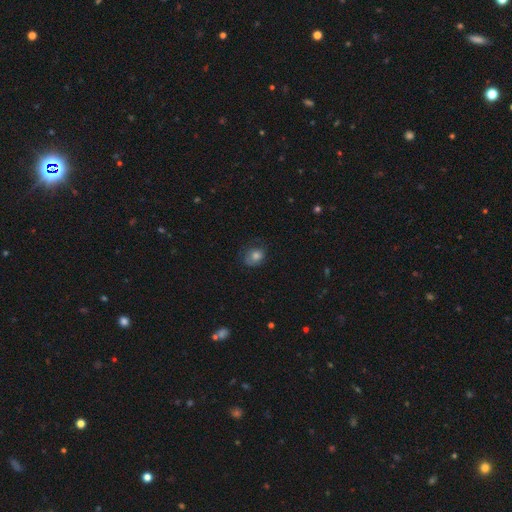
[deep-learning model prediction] A smooth galaxy with no disk features (73%) that is round (54%).

Vote fractions:
- Smooth or featured? smooth: 73% / featured or disk: 16% / star or artifact: 11%
- How rounded? round: 54% / in between: 45% / cigar-shaped: 1%
- Merging? none: 60% / minor disturbance: 26% / major disturbance: 12% / merger: 1%